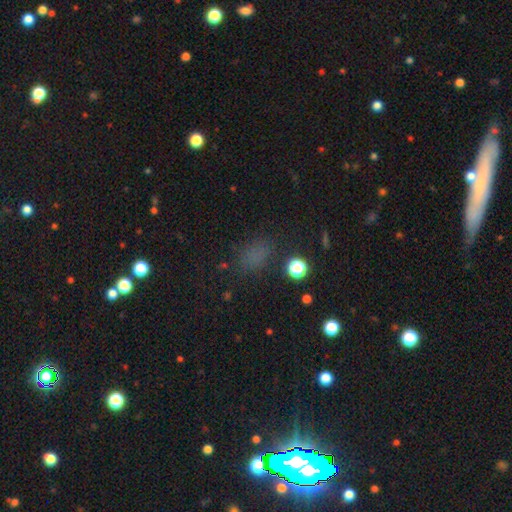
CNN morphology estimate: Smooth or featured? Predicted: smooth (p=0.68). How rounded? Predicted: in between (p=0.71). Merging? Predicted: none (p=0.77).